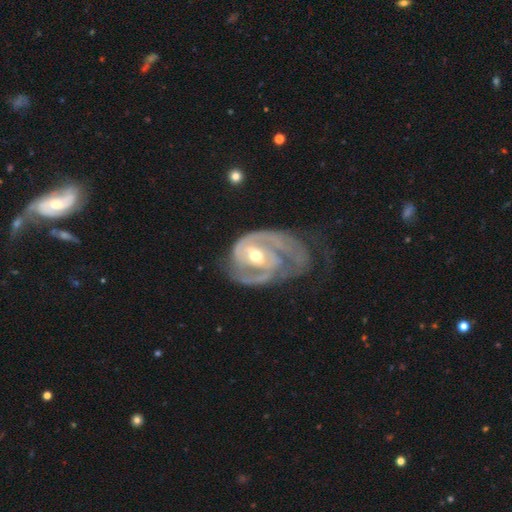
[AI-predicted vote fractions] Smooth or featured? Predicted: featured or disk (p=0.87). Edge-on disk? Predicted: no (p=0.97). Bar? Predicted: weak (p=0.44). Spiral arms? Predicted: yes (p=0.91). Spiral winding? Predicted: tight (p=0.48). Spiral arm count? Predicted: 2 (p=0.50). Bulge size? Predicted: moderate (p=0.59). Merging? Predicted: major disturbance (p=0.46).